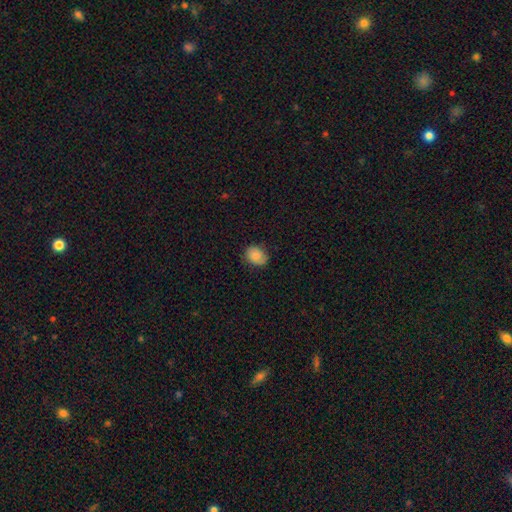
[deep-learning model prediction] Overall: smooth (79%). How rounded: round (50%; in between 49%). Merging: none (73%).